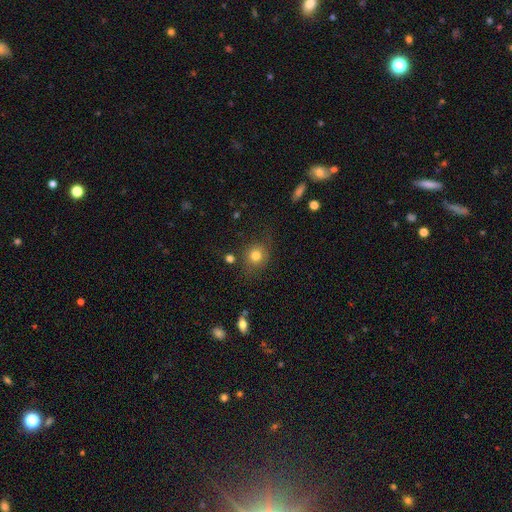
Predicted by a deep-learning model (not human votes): Smooth or featured: smooth — 79% (star or artifact — 12%)
How rounded: round — 82% (in between — 17%)
Merging: none — 76% (minor disturbance — 15%)